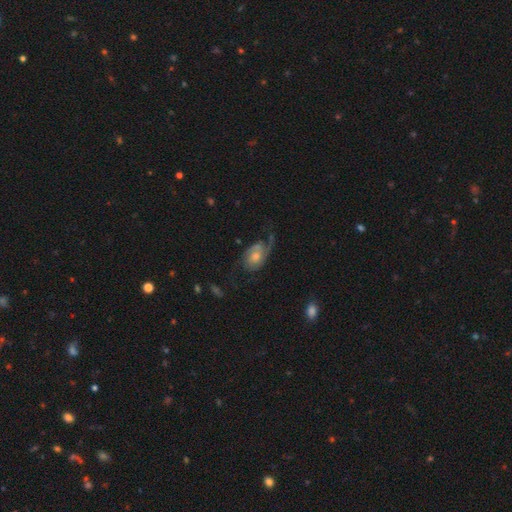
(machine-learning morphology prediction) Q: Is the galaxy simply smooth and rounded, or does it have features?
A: featured or disk — 73%.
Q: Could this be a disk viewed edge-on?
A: no — 97%.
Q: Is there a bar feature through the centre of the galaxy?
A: no — 73%.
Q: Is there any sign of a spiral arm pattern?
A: yes — 91%.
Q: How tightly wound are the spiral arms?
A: medium — 39%.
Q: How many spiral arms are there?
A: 2 — 67%.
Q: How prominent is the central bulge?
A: moderate — 55%.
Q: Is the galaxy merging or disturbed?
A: none — 49%.